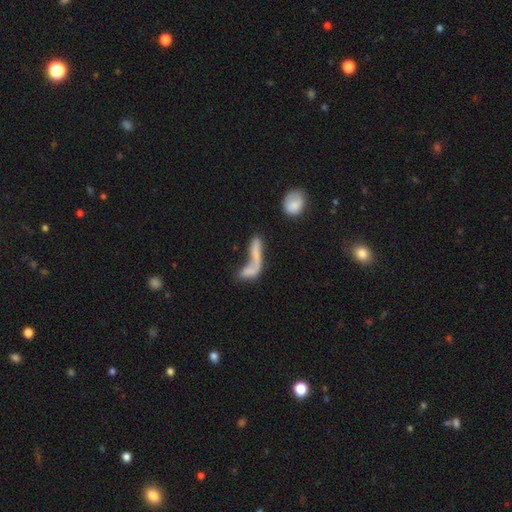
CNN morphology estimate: Smooth or featured? smooth (51%)
How rounded? cigar-shaped (57%)
Merging? merger (48%)